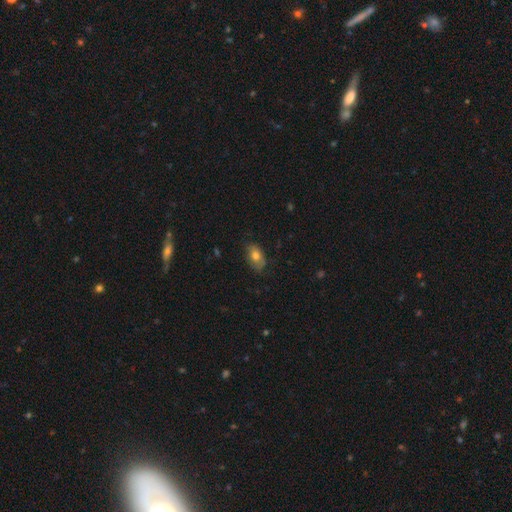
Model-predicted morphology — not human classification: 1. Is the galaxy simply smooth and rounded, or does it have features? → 72% smooth, 20% featured or disk, 8% star or artifact.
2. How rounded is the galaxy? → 89% in between, 9% round, 2% cigar-shaped.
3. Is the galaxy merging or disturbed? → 68% none, 25% minor disturbance, 5% major disturbance, 1% merger.